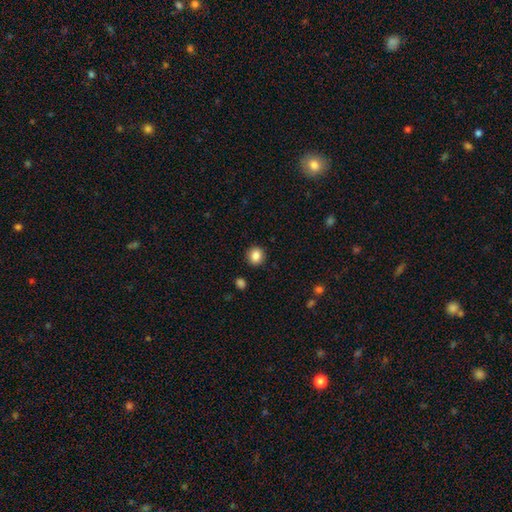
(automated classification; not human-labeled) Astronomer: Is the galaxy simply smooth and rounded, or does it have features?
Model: smooth — 87%.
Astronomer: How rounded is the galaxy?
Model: round — 85%.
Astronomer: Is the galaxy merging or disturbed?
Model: none — 91%.